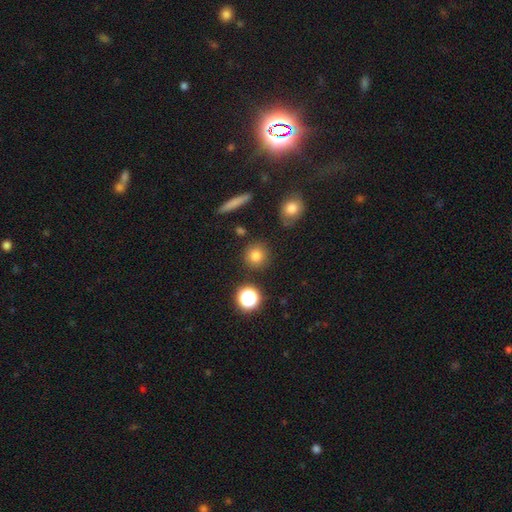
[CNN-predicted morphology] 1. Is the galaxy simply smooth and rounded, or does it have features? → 79% smooth, 14% star or artifact, 7% featured or disk.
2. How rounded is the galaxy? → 92% round, 7% in between, 1% cigar-shaped.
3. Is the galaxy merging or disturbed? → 88% none, 7% minor disturbance, 3% merger, 3% major disturbance.